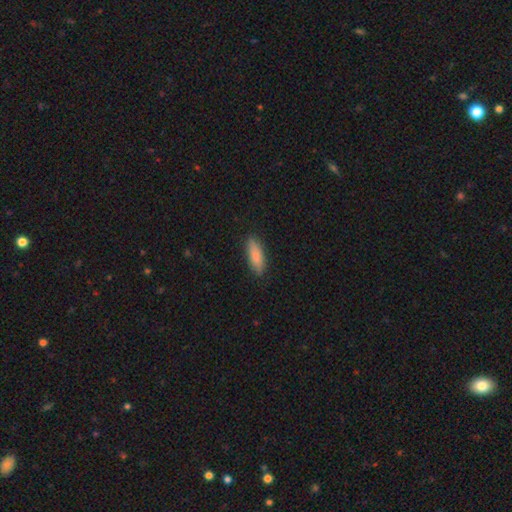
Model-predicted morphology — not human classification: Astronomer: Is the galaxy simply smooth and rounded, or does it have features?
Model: smooth — 85%.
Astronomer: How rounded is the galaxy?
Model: in between — 52% (runner-up: cigar-shaped, 46%).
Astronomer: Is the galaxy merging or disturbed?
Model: none — 87%.